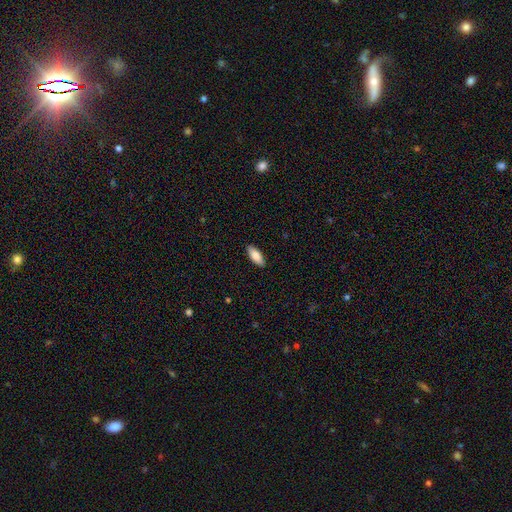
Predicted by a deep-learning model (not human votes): A smooth galaxy with no disk features (85%) that is in between round and cigar-shaped (82%).

Vote fractions:
- Smooth or featured? smooth: 85% / featured or disk: 9% / star or artifact: 6%
- How rounded? in between: 82% / cigar-shaped: 16% / round: 2%
- Merging? none: 89% / minor disturbance: 8% / major disturbance: 2% / merger: 1%